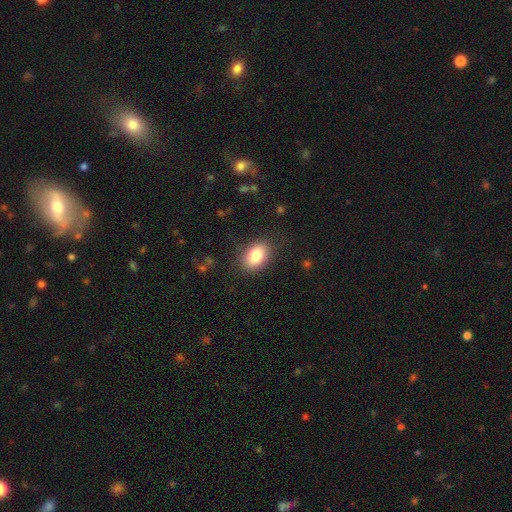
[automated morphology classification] type=smooth (83%); roundness=in between (83%); merging=none (83%).